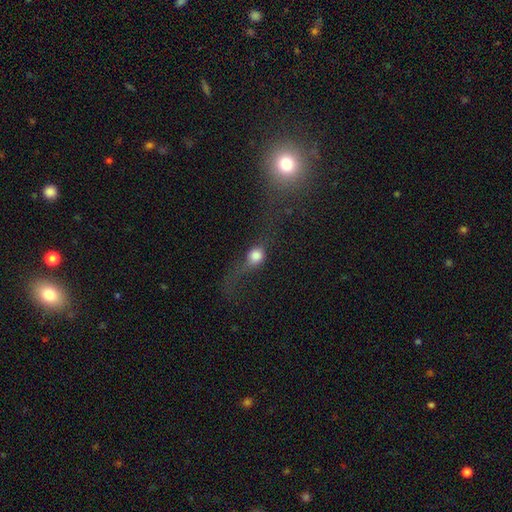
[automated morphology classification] smooth 61%, featured or disk 26%, star or artifact 13%. Down the decision tree: how rounded — round (66%); merging — major disturbance (40%).